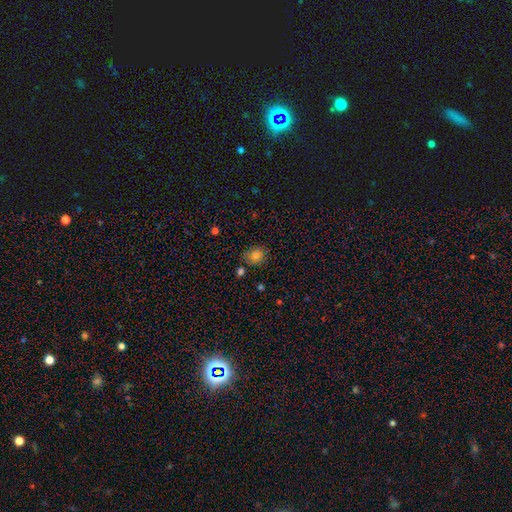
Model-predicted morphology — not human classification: This appears to be a smooth galaxy with no disk features (78%) that is round (65%). Merging: none (76%).